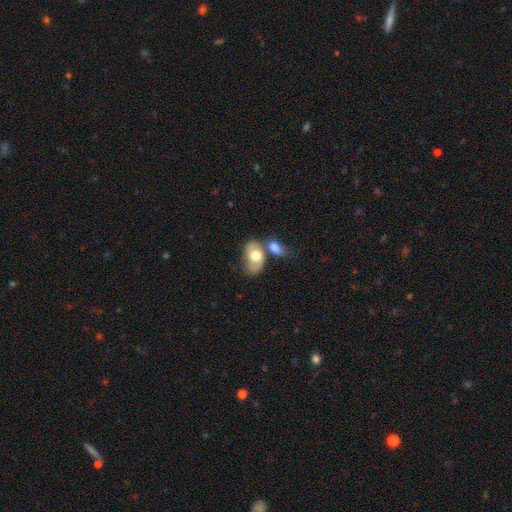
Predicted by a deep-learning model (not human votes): Smooth or featured? smooth (63%)
How rounded? in between (88%)
Merging? merger (39%)